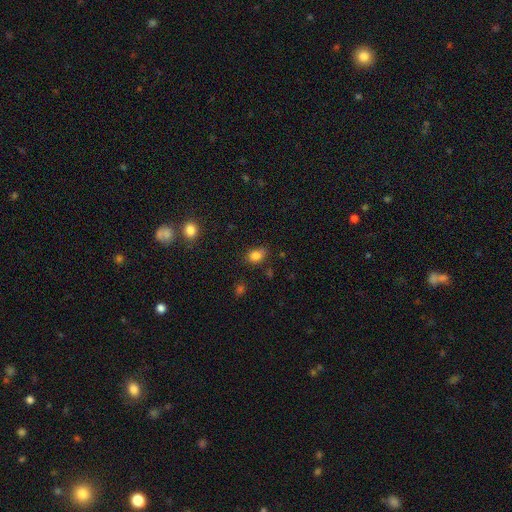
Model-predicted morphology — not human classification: Smooth or featured? smooth (83%)
How rounded? in between (67%)
Merging? none (71%)